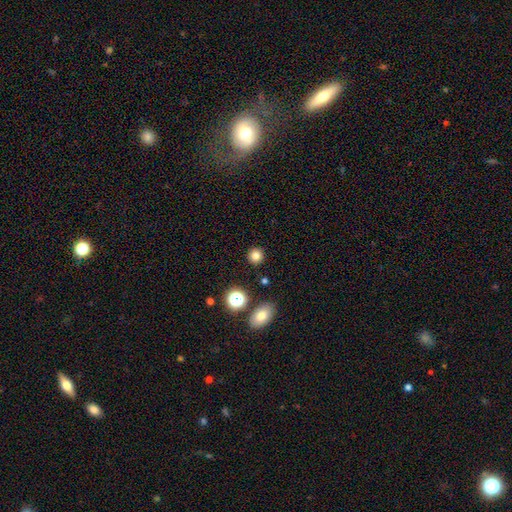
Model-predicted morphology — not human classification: type=smooth (79%); roundness=round (91%); merging=none (90%).